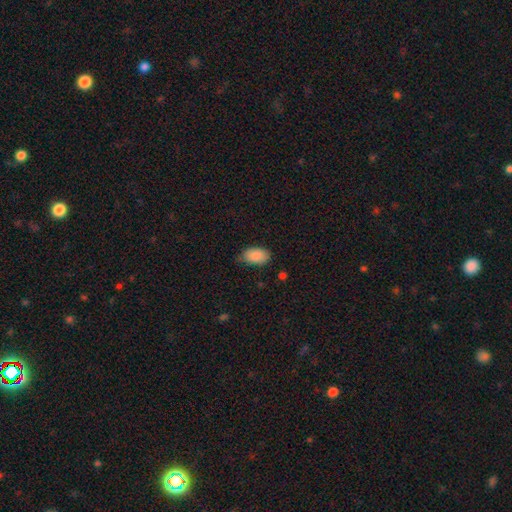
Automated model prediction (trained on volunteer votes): smooth_or_featured: smooth (p=0.88) [alt: star or artifact p=0.07]
how_rounded: in between (p=0.92) [alt: round p=0.07]
merging: none (p=0.71) [alt: minor disturbance p=0.24]